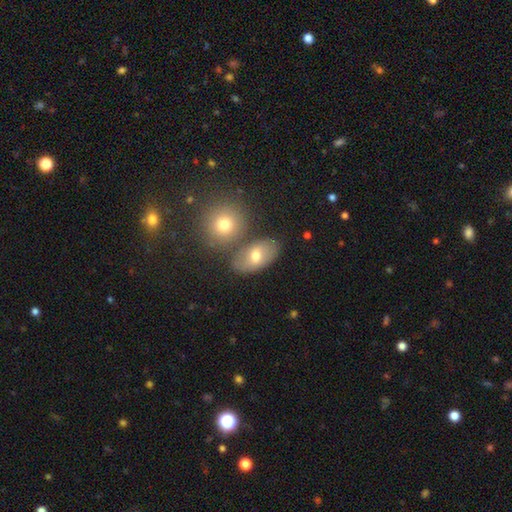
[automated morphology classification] smooth-or-featured: smooth: 66% | featured or disk: 24% | star or artifact: 11%
  how-rounded: in between: 83% | round: 15% | cigar-shaped: 2%
  merging: none: 62% | merger: 21% | minor disturbance: 13% | major disturbance: 4%